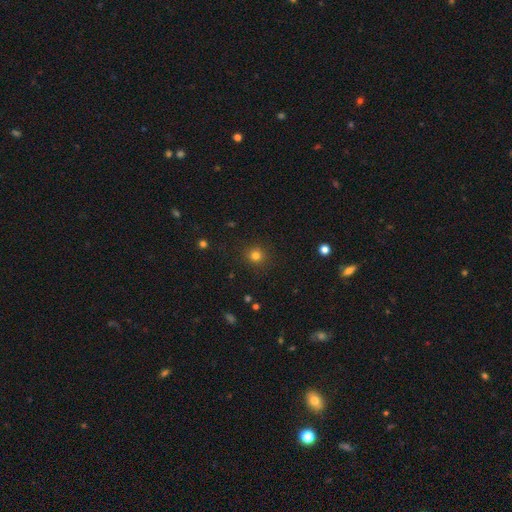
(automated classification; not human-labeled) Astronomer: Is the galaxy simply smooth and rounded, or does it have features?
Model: smooth — 79%.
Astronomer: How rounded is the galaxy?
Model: round — 93%.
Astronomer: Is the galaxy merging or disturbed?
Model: none — 90%.